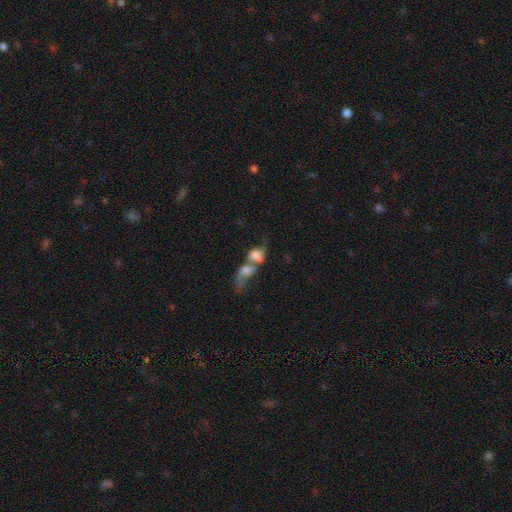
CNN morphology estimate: Smooth or featured? Predicted: smooth (p=0.59). How rounded? Predicted: in between (p=0.62). Merging? Predicted: merger (p=0.79).